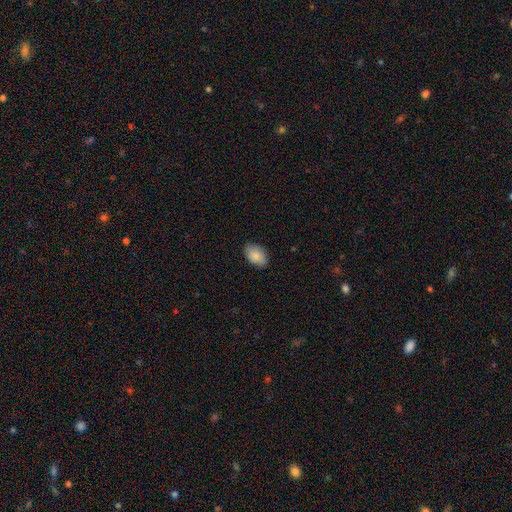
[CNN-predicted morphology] Smooth or featured? Predicted: smooth (p=0.86). How rounded? Predicted: in between (p=0.91). Merging? Predicted: none (p=0.85).